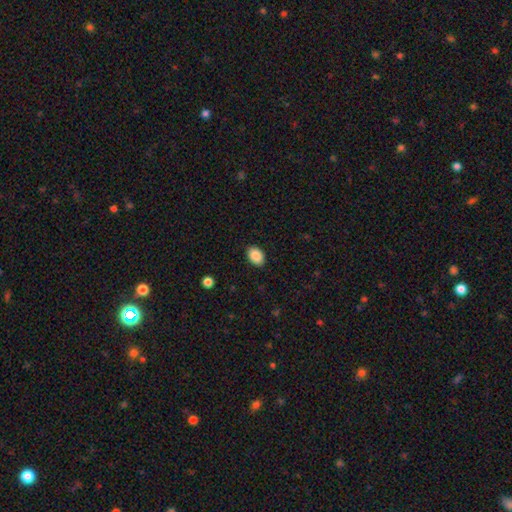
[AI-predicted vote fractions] Q: Smooth or featured?
A: smooth (88%); runner-up: star or artifact (8%)
Q: How rounded?
A: in between (83%); runner-up: round (17%)
Q: Merging?
A: none (89%); runner-up: minor disturbance (8%)